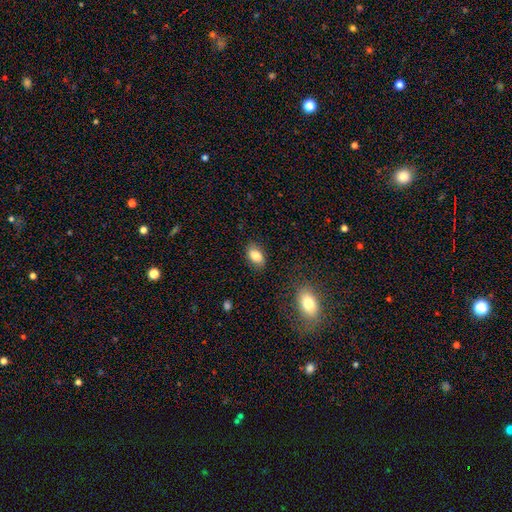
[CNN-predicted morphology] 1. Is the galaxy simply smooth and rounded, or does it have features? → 83% smooth, 9% featured or disk, 8% star or artifact.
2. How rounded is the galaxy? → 88% in between, 10% round, 2% cigar-shaped.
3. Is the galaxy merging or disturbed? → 84% none, 11% minor disturbance, 3% major disturbance, 2% merger.